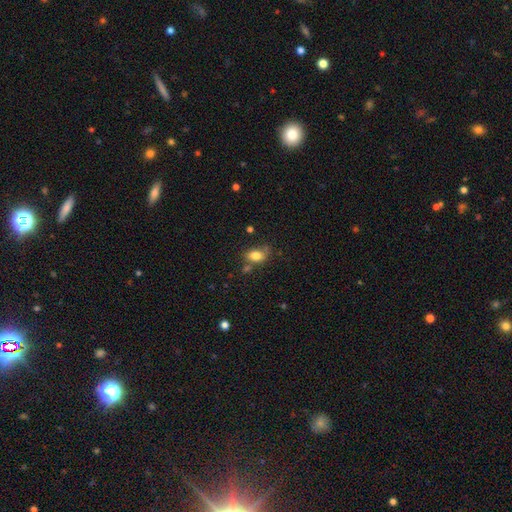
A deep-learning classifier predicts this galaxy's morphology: Smooth or featured?
  - smooth: 81% *
  - featured or disk: 10%
  - star or artifact: 9%
How rounded?
  - in between: 81% *
  - round: 16%
  - cigar-shaped: 2%
Merging?
  - none: 53% *
  - minor disturbance: 25%
  - merger: 13%
  - major disturbance: 9%